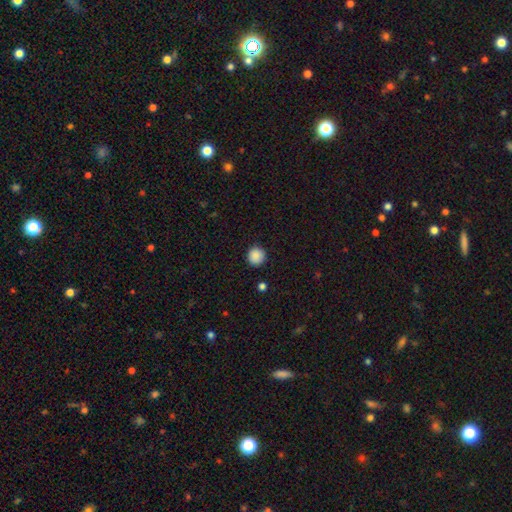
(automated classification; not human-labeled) Q: Smooth or featured?
A: smooth (89%); runner-up: star or artifact (9%)
Q: How rounded?
A: round (94%); runner-up: in between (5%)
Q: Merging?
A: none (91%); runner-up: minor disturbance (6%)